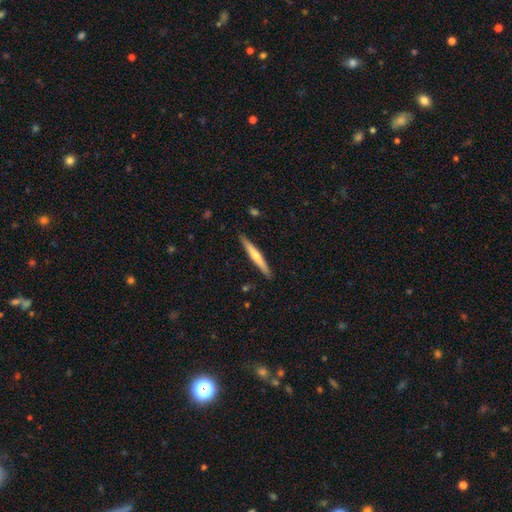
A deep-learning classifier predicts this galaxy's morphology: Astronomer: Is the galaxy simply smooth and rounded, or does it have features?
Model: featured or disk — 52% (runner-up: smooth, 42%).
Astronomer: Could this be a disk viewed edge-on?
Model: yes — 97%.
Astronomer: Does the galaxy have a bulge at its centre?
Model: rounded — 74%.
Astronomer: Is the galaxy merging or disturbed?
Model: none — 90%.